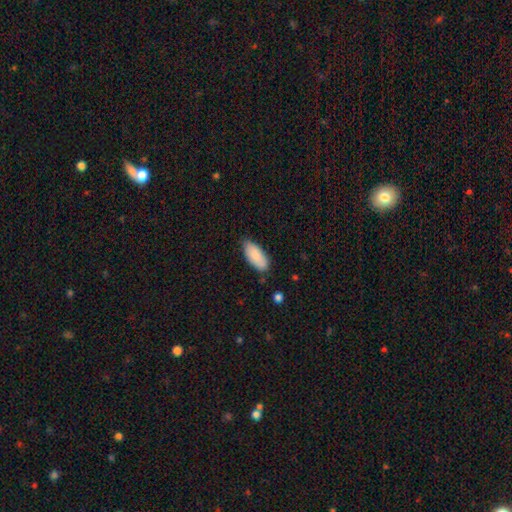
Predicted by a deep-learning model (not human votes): Smooth or featured?
  - smooth: 85% *
  - featured or disk: 9%
  - star or artifact: 6%
How rounded?
  - in between: 88% *
  - cigar-shaped: 10%
  - round: 2%
Merging?
  - none: 79% *
  - minor disturbance: 17%
  - major disturbance: 2%
  - merger: 2%